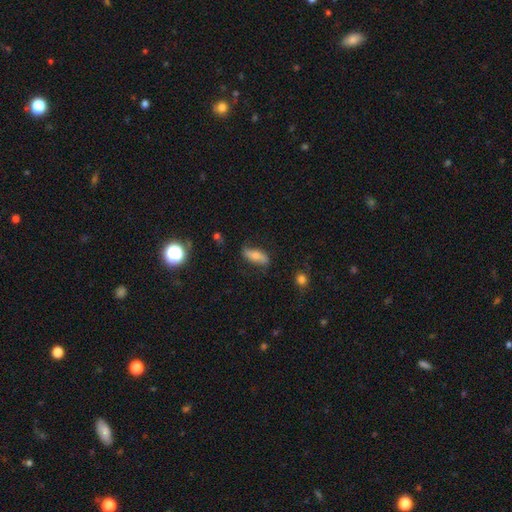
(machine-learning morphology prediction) smooth-or-featured: smooth: 54% | featured or disk: 38% | star or artifact: 8%
  how-rounded: in between: 70% | cigar-shaped: 26% | round: 4%
  merging: none: 71% | minor disturbance: 20% | major disturbance: 6% | merger: 2%